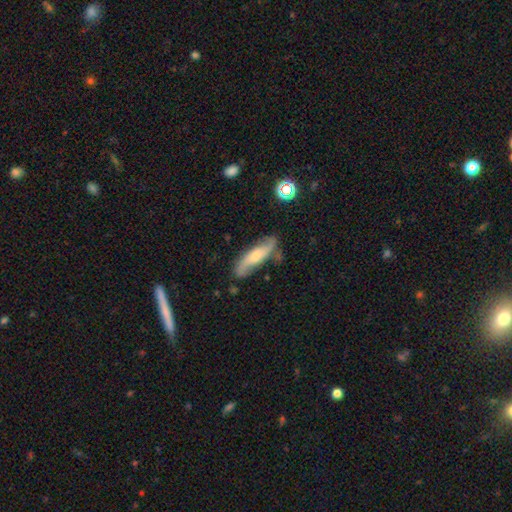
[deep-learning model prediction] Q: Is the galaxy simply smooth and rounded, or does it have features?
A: featured or disk — 57%.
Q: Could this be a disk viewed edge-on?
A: no — 71%.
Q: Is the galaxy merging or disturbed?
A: none — 69%.